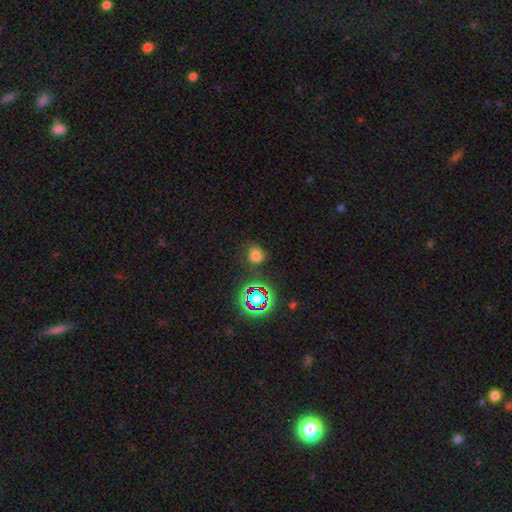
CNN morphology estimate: Q: Smooth or featured?
A: smooth (70%); runner-up: star or artifact (23%)
Q: How rounded?
A: round (76%); runner-up: in between (23%)
Q: Merging?
A: none (76%); runner-up: minor disturbance (15%)